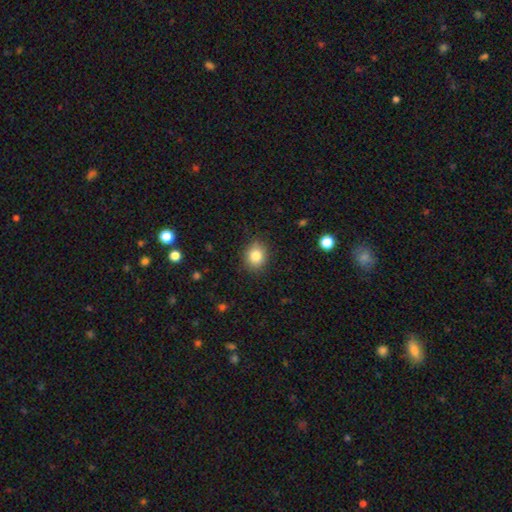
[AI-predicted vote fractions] The model was most divided on "how rounded": round: 67%, in between: 32%, cigar-shaped: 1%. More confident: merging — none (87%); smooth or featured — smooth (83%).